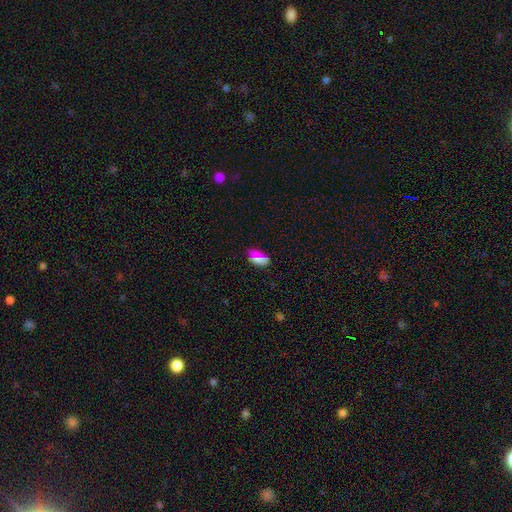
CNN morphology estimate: Smooth or featured? Predicted: smooth (p=0.68). How rounded? Predicted: in between (p=0.85). Merging? Predicted: none (p=0.77).